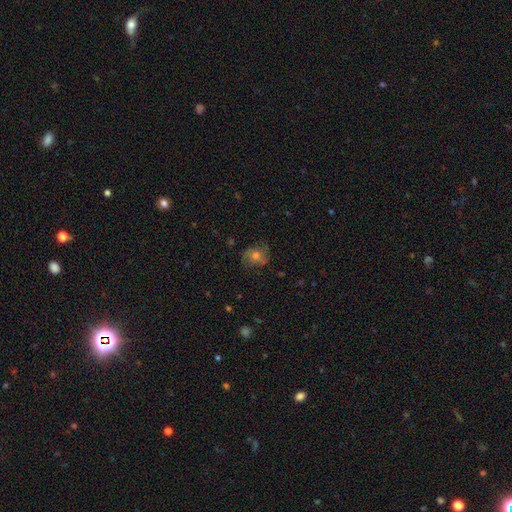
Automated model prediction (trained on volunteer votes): Q: Smooth or featured?
A: smooth (45%); runner-up: featured or disk (39%)
Q: Merging?
A: none (73%); runner-up: minor disturbance (18%)